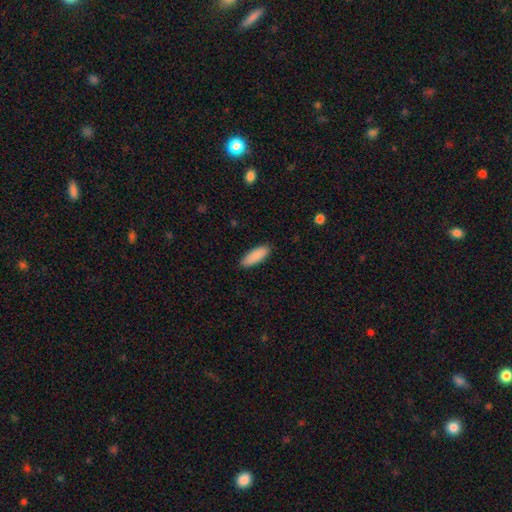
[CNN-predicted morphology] This is clearly a smooth galaxy (90%). How rounded: likely in between (67%). Merging: clearly none (89%).